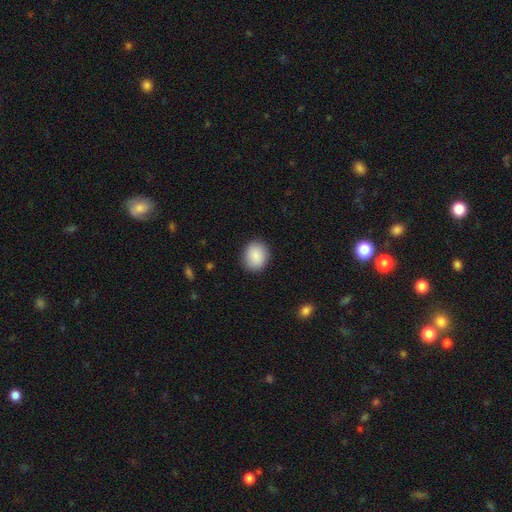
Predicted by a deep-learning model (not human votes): Q: Smooth or featured?
A: smooth (89%); runner-up: star or artifact (7%)
Q: How rounded?
A: round (70%); runner-up: in between (29%)
Q: Merging?
A: none (89%); runner-up: minor disturbance (8%)